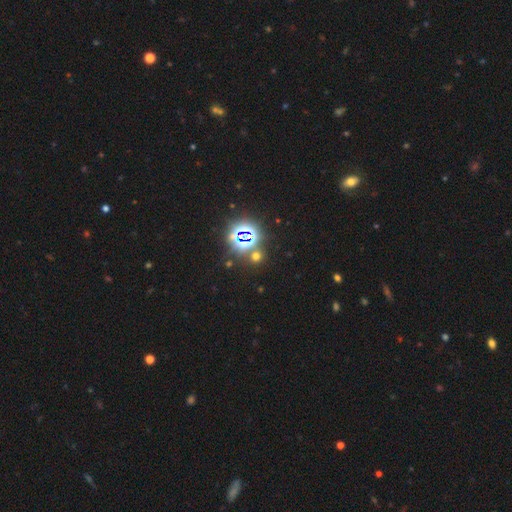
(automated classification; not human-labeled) The model was most divided on "smooth or featured": star or artifact: 55%, smooth: 38%, featured or disk: 7%.